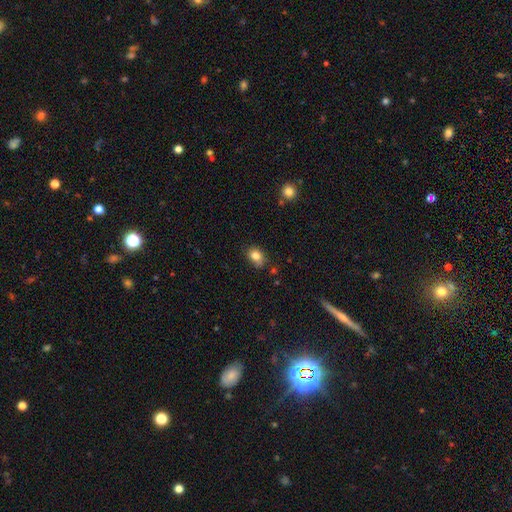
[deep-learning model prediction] Q: Smooth or featured?
A: smooth (81%); runner-up: star or artifact (10%)
Q: How rounded?
A: in between (65%); runner-up: round (34%)
Q: Merging?
A: none (67%); runner-up: minor disturbance (25%)